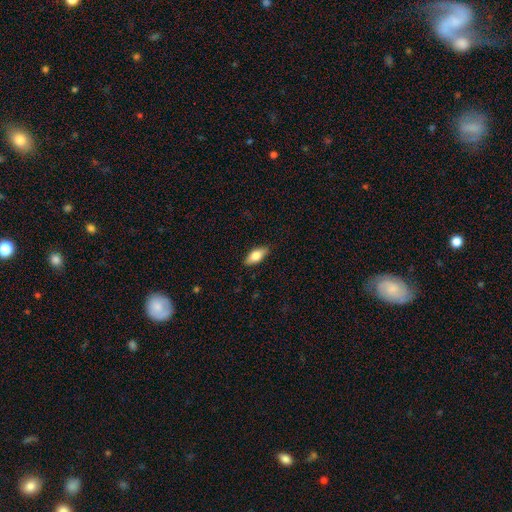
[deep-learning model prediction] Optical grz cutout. It shows a smooth galaxy with no disk features (76%) that is in between round and cigar-shaped (85%). Merging: none (87%).